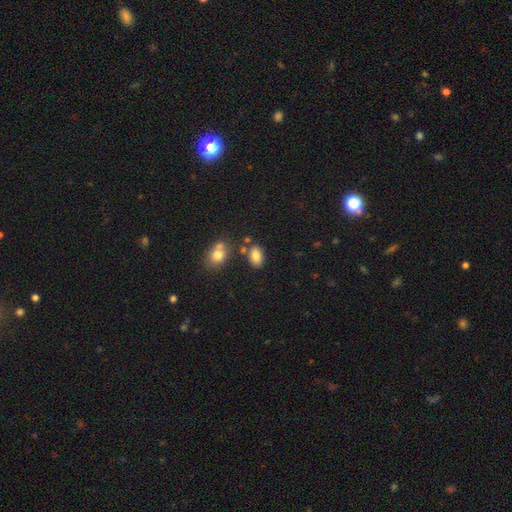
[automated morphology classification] A smooth galaxy with no disk features (82%) that is in between round and cigar-shaped (88%). Merging: none (74%).